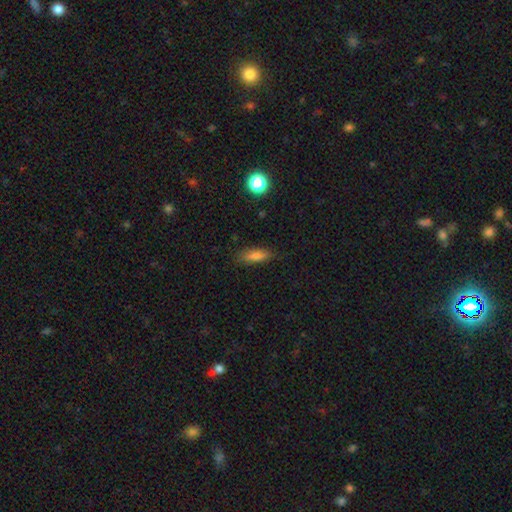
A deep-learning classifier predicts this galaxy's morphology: Smooth or featured? smooth (77%)
How rounded? in between (55%)
Merging? none (80%)